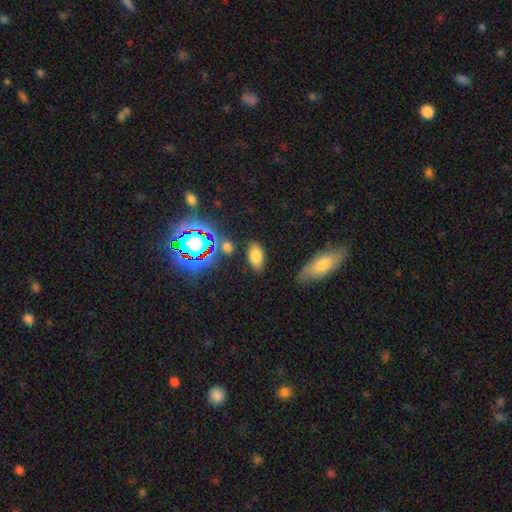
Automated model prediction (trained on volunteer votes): A smooth galaxy with no disk features (76%) that is in between round and cigar-shaped (93%). Merging: none (81%).